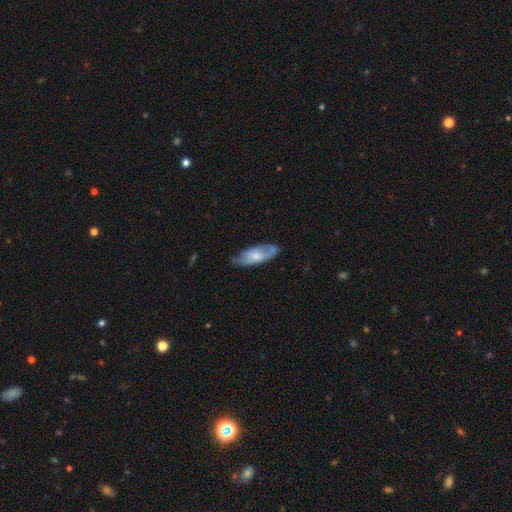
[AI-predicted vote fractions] Smooth or featured? smooth (53%)
How rounded? in between (76%)
Merging? none (59%)